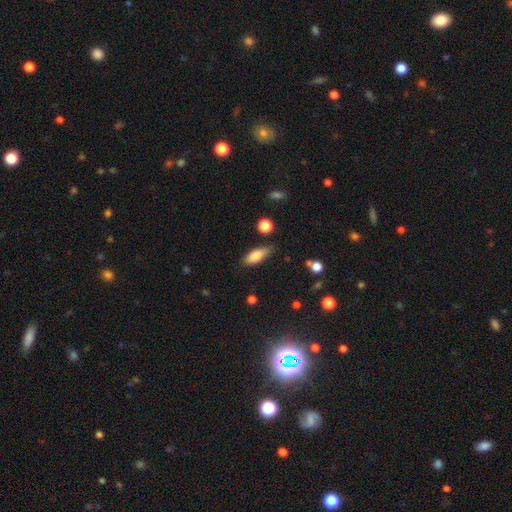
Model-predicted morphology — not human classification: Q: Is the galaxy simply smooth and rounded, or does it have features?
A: smooth — 80%.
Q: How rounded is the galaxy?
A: in between — 70%.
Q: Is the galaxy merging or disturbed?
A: none — 79%.